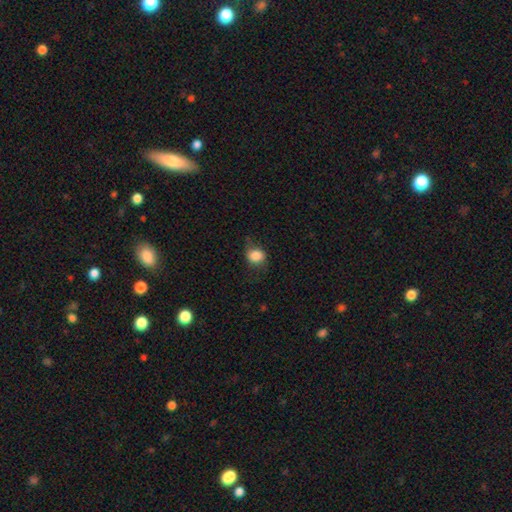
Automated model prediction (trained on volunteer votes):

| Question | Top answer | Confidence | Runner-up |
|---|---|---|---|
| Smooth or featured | smooth | 84% | star or artifact (9%) |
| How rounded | round | 65% | in between (34%) |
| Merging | none | 64% | minor disturbance (25%) |